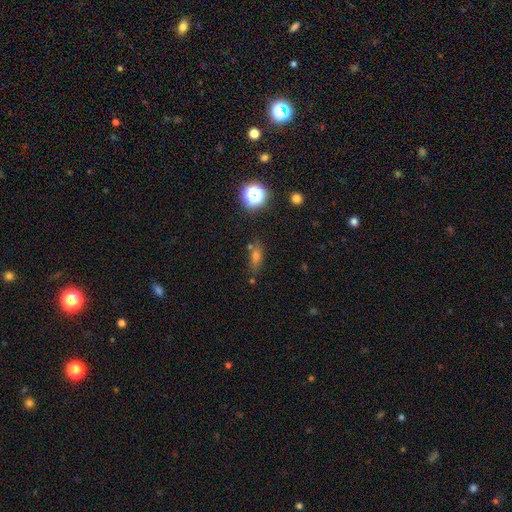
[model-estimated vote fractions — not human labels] smooth-or-featured: smooth: 57% | star or artifact: 28% | featured or disk: 15%
  how-rounded: in between: 54% | cigar-shaped: 26% | round: 20%
  merging: none: 70% | minor disturbance: 15% | merger: 9% | major disturbance: 5%